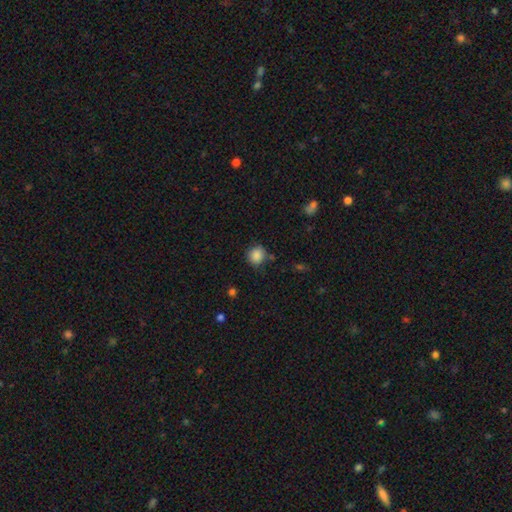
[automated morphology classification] smooth-or-featured: smooth: 87% | star or artifact: 10% | featured or disk: 4%
  how-rounded: round: 84% | in between: 15% | cigar-shaped: 1%
  merging: none: 79% | minor disturbance: 14% | major disturbance: 4% | merger: 3%